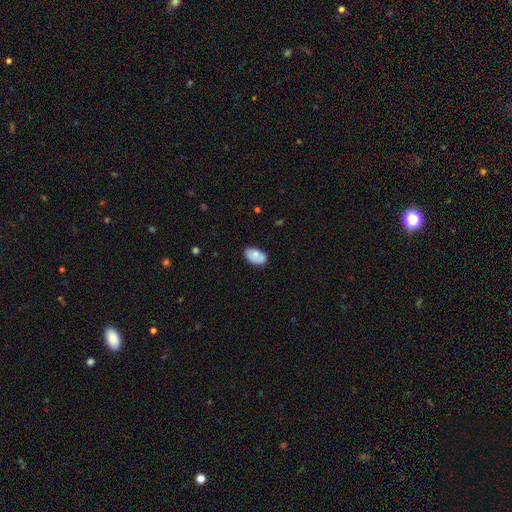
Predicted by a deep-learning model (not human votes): Overall: smooth (75%). How rounded: in between (93%). Merging: none (65%).